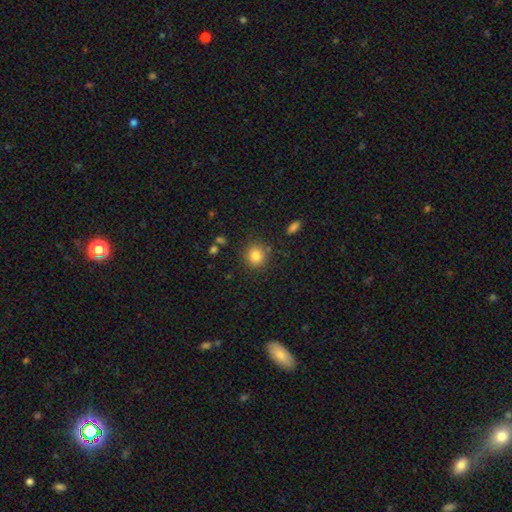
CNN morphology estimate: This appears to be a smooth galaxy with no disk features (84%) that is round (87%). Merging: none (84%).